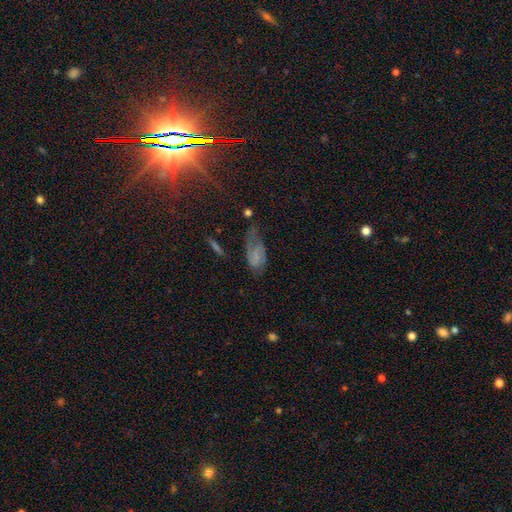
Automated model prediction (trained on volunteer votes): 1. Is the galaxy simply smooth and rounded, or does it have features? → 48% featured or disk, 40% smooth, 12% star or artifact.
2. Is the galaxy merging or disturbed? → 36% none, 32% minor disturbance, 28% major disturbance, 5% merger.